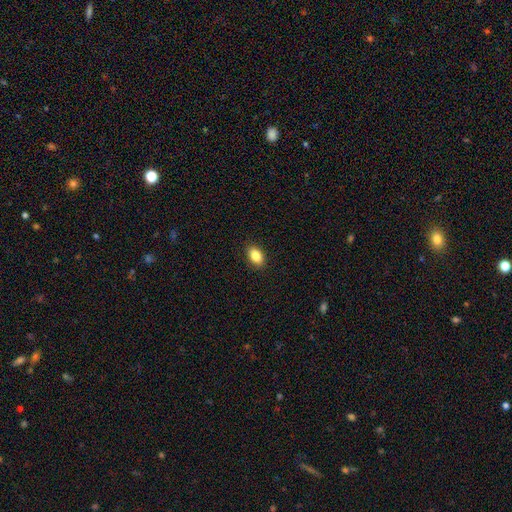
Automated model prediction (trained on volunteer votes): This appears to be a smooth galaxy with no disk features (85%) that is in between round and cigar-shaped (86%). Merging: none (90%).